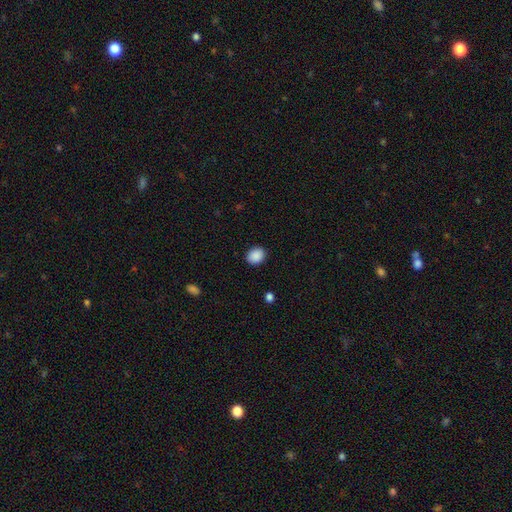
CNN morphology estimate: Q: Smooth or featured?
A: smooth (89%); runner-up: star or artifact (8%)
Q: How rounded?
A: round (58%); runner-up: in between (41%)
Q: Merging?
A: none (89%); runner-up: minor disturbance (7%)